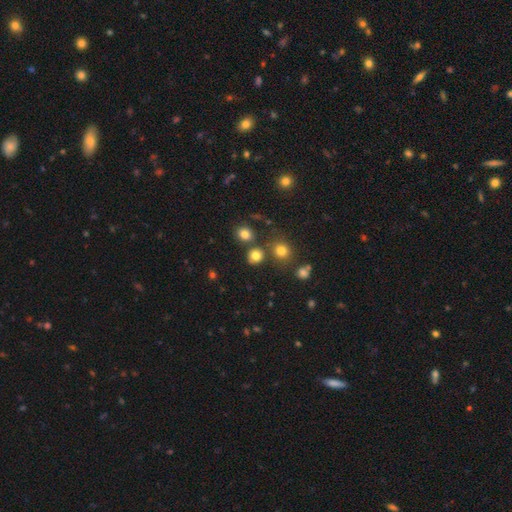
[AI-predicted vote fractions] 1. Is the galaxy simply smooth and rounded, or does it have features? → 79% smooth, 15% star or artifact, 6% featured or disk.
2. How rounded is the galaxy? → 83% round, 16% in between, 1% cigar-shaped.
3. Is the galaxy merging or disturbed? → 75% none, 12% merger, 9% minor disturbance, 3% major disturbance.